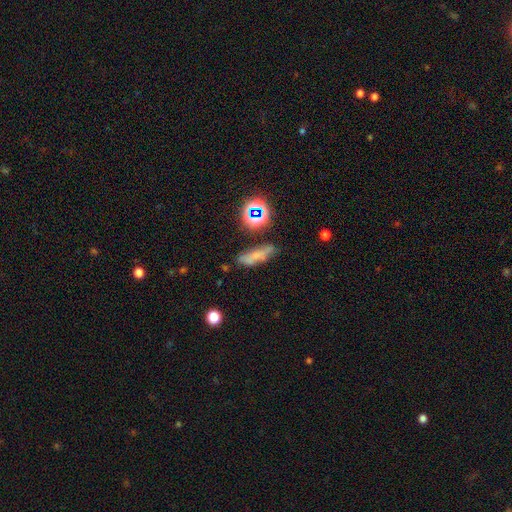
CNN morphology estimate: Smooth or featured?
  - smooth: 57% *
  - featured or disk: 22%
  - star or artifact: 20%
How rounded?
  - cigar-shaped: 55% *
  - in between: 36%
  - round: 9%
Merging?
  - none: 62% *
  - minor disturbance: 23%
  - major disturbance: 9%
  - merger: 7%